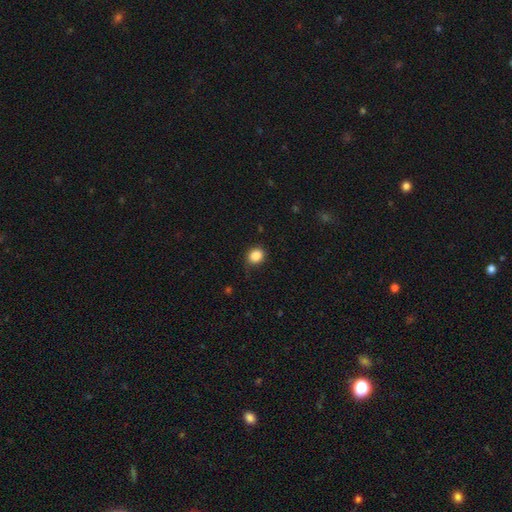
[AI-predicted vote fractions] The model was most divided on "how rounded": round: 66%, in between: 33%, cigar-shaped: 1%. More confident: smooth or featured — smooth (87%); merging — none (78%).